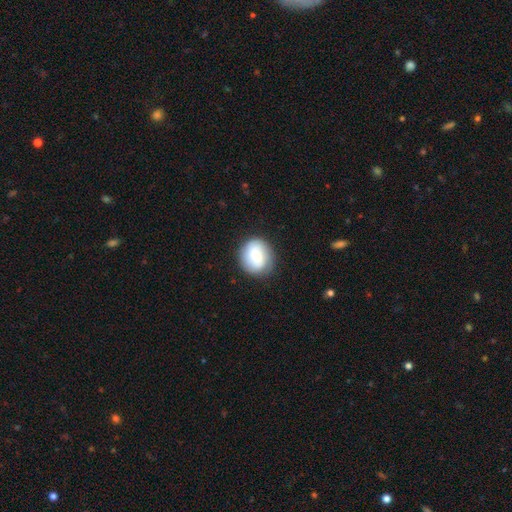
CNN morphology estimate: smooth 66%, featured or disk 27%, star or artifact 7%. Down the decision tree: how rounded — round (76%); merging — none (80%).